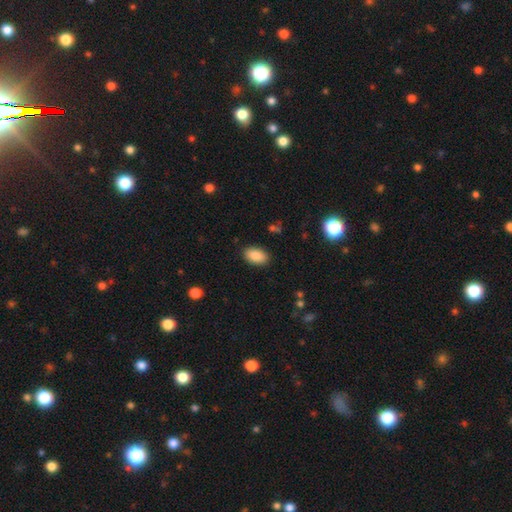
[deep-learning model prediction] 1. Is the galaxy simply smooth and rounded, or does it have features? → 88% smooth, 8% star or artifact, 5% featured or disk.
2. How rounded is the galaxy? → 93% in between, 5% round, 2% cigar-shaped.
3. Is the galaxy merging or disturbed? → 88% none, 9% minor disturbance, 2% major disturbance, 1% merger.